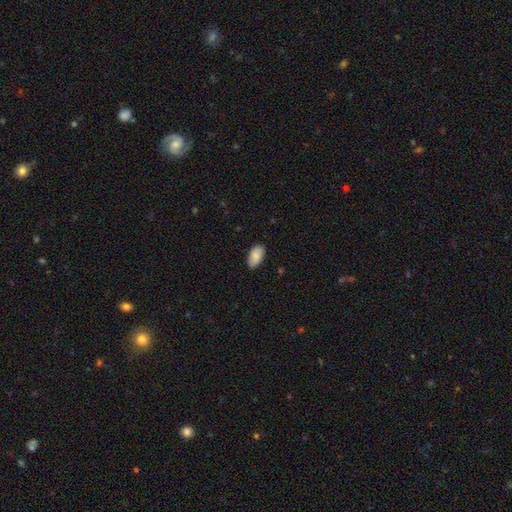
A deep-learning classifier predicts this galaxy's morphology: A smooth galaxy with no disk features (85%) that is in between round and cigar-shaped (95%). Merging: none (85%).